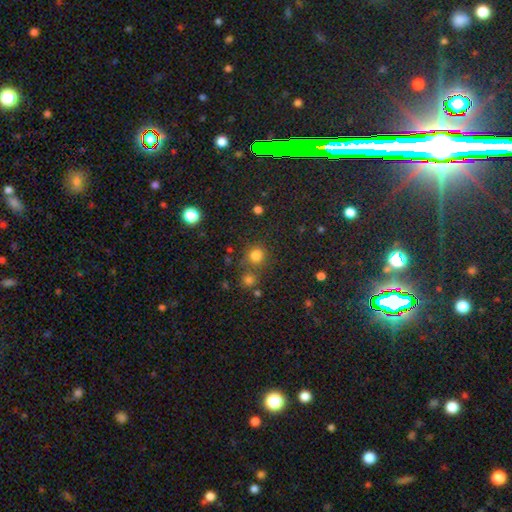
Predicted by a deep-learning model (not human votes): Q: Smooth or featured?
A: smooth (77%); runner-up: star or artifact (17%)
Q: How rounded?
A: round (87%); runner-up: in between (12%)
Q: Merging?
A: none (66%); runner-up: merger (18%)